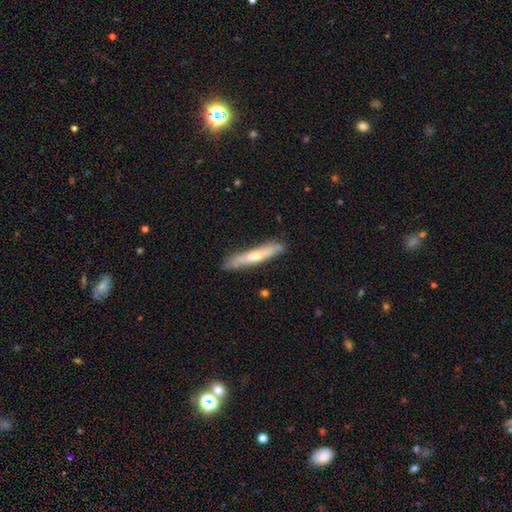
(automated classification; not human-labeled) Smooth or featured?
  - featured or disk: 52% *
  - smooth: 41%
  - star or artifact: 7%
Edge-on disk?
  - yes: 84% *
  - no: 16%
Merging?
  - none: 85% *
  - minor disturbance: 12%
  - major disturbance: 2%
  - merger: 1%